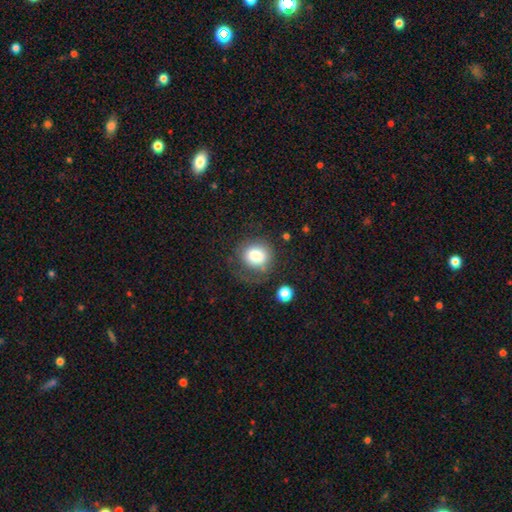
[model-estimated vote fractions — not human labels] smooth-or-featured: smooth: 78% | featured or disk: 13% | star or artifact: 9%
  how-rounded: round: 80% | in between: 19% | cigar-shaped: 1%
  merging: none: 61% | minor disturbance: 20% | major disturbance: 16% | merger: 4%